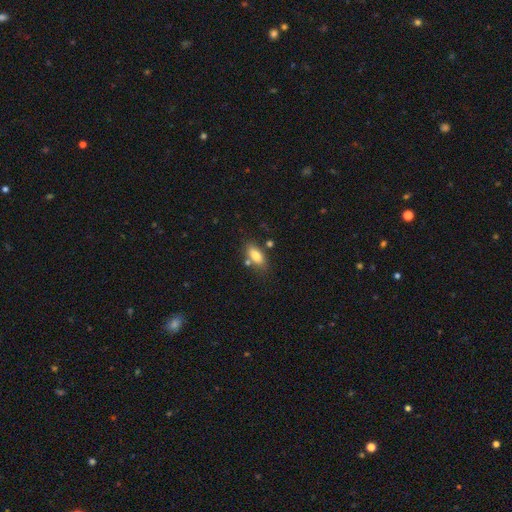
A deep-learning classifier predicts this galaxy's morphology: A smooth galaxy with no disk features (79%) that is in between round and cigar-shaped (85%).

Vote fractions:
- Smooth or featured? smooth: 79% / featured or disk: 13% / star or artifact: 8%
- How rounded? in between: 85% / cigar-shaped: 11% / round: 5%
- Merging? none: 70% / minor disturbance: 15% / merger: 11% / major disturbance: 4%